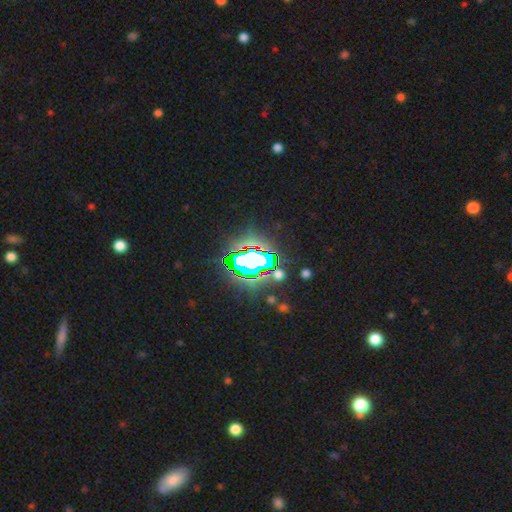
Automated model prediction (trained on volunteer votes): Smooth or featured? Predicted: star or artifact (p=0.73).